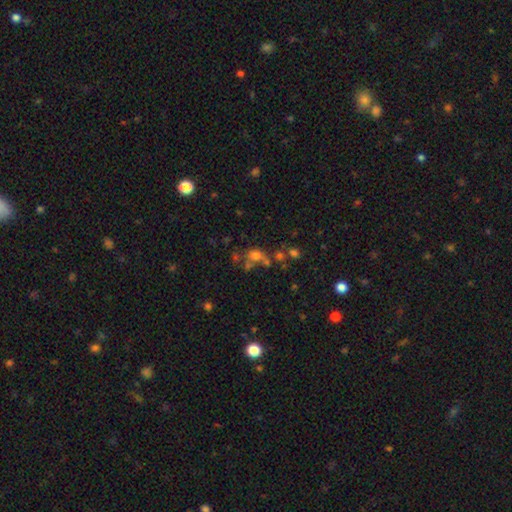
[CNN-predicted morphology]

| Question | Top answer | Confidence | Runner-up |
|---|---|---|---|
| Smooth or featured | smooth | 57% | star or artifact (23%) |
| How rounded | round | 64% | in between (34%) |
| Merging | merger | 40% | none (34%) |